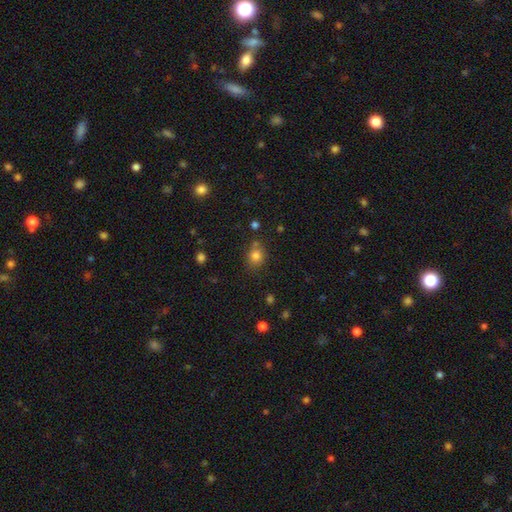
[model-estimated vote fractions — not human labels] Q: Smooth or featured?
A: smooth (80%); runner-up: star or artifact (13%)
Q: How rounded?
A: round (67%); runner-up: in between (32%)
Q: Merging?
A: none (70%); runner-up: minor disturbance (14%)